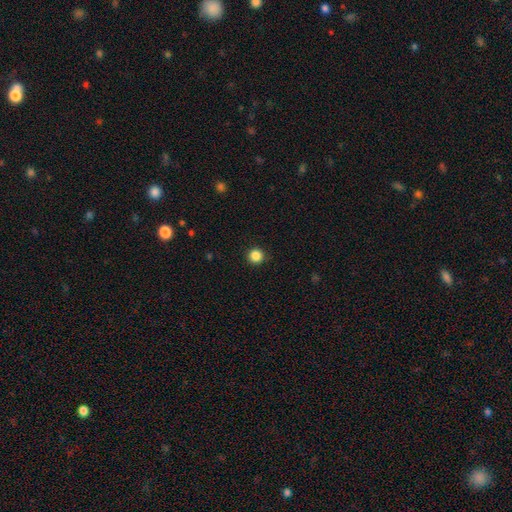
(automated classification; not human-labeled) A smooth galaxy with no disk features (86%) that is round (95%).

Vote fractions:
- Smooth or featured? smooth: 86% / star or artifact: 11% / featured or disk: 3%
- How rounded? round: 95% / in between: 4% / cigar-shaped: 1%
- Merging? none: 92% / minor disturbance: 5% / major disturbance: 2% / merger: 1%